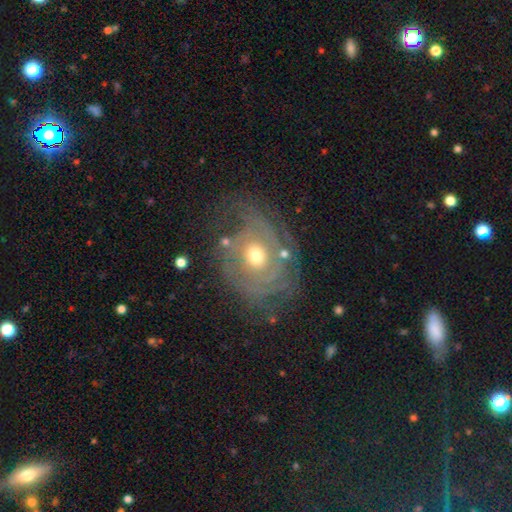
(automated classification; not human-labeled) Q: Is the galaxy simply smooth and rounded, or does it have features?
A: featured or disk — 80%.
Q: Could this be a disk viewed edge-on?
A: no — 96%.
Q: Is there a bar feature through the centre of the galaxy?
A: no — 81%.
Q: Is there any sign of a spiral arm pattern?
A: yes — 85%.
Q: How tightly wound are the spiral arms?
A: tight — 65%.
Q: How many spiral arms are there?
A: can't tell — 39%.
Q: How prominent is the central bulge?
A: moderate — 65%.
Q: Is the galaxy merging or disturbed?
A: none — 64%.